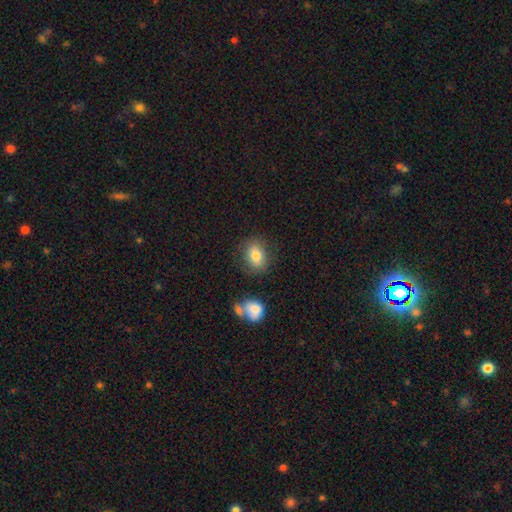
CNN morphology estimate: smooth-or-featured: smooth: 80% | featured or disk: 12% | star or artifact: 9%
  how-rounded: in between: 65% | round: 34% | cigar-shaped: 2%
  merging: none: 77% | minor disturbance: 14% | merger: 5% | major disturbance: 4%